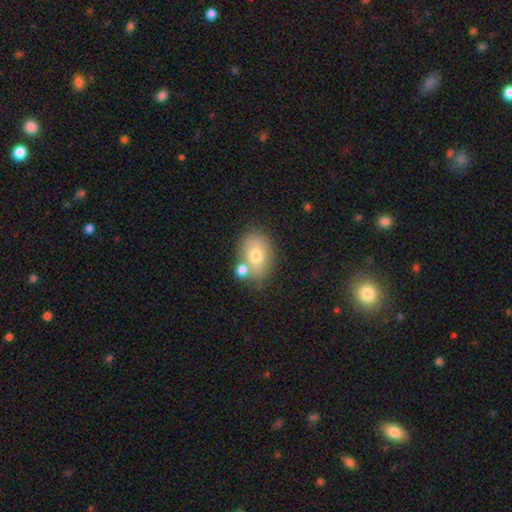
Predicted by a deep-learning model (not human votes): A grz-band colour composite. It shows a smooth galaxy with no disk features (70%) that is in between round and cigar-shaped (69%). Merging: none (58%).